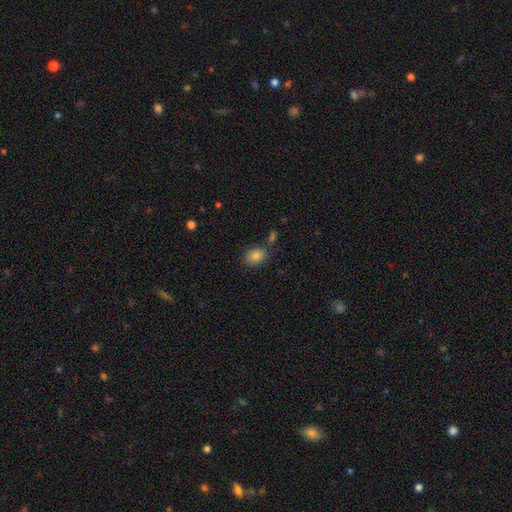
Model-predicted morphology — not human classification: This is clearly a smooth galaxy (84%). How rounded: likely in between (69%). Merging: likely none (72%).